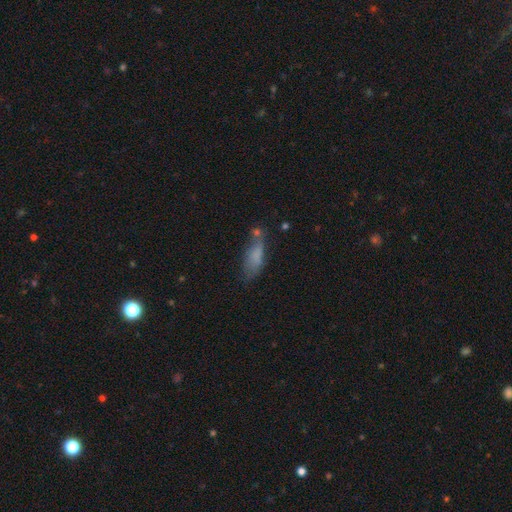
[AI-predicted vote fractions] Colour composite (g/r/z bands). It shows a smooth galaxy with no disk features (71%) that is in between round and cigar-shaped (60%). Merging: none (42%).